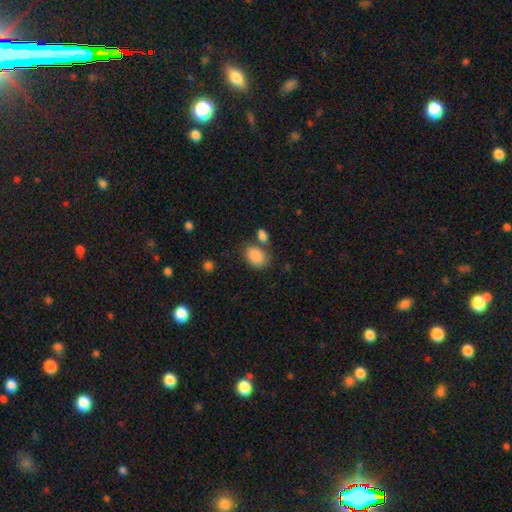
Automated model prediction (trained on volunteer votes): Morphology: type=smooth (87%); roundness=in between (76%); merging=none (63%).